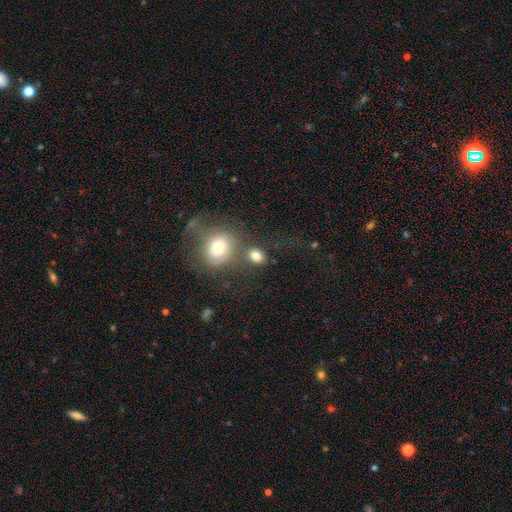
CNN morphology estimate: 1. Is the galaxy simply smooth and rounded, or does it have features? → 79% smooth, 11% featured or disk, 10% star or artifact.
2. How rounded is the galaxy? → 63% in between, 35% round, 2% cigar-shaped.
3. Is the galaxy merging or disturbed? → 54% none, 24% merger, 14% minor disturbance, 7% major disturbance.